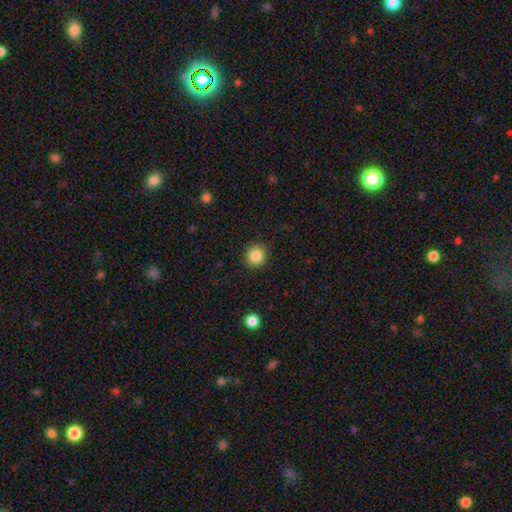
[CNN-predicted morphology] Smooth or featured? smooth (85%)
How rounded? round (92%)
Merging? none (91%)